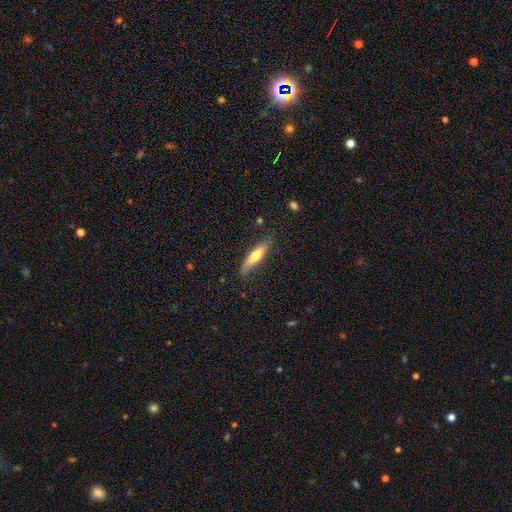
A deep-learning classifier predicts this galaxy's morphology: smooth 57%, featured or disk 38%, star or artifact 6%. Down the decision tree: how rounded — cigar-shaped (79%); merging — none (82%).